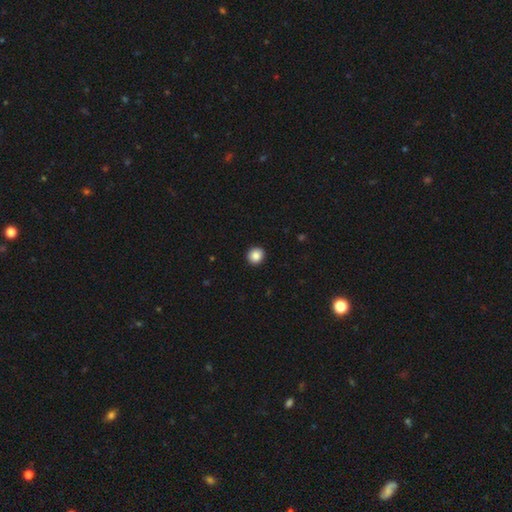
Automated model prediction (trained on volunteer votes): Overall: smooth (87%). How rounded: round (90%). Merging: none (93%).